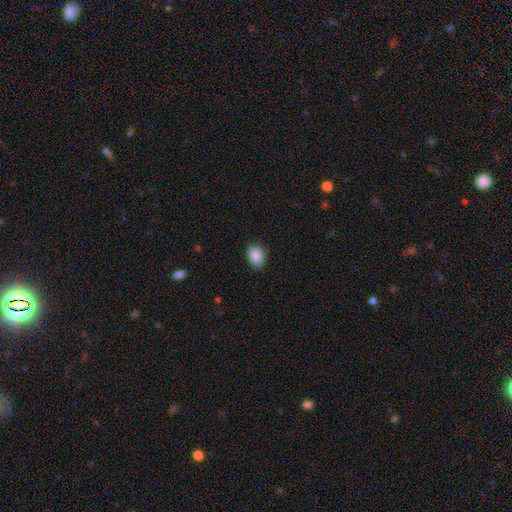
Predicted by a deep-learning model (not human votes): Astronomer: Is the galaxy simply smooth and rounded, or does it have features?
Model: smooth — 88%.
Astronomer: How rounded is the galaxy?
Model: in between — 79%.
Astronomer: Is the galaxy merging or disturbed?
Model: none — 84%.